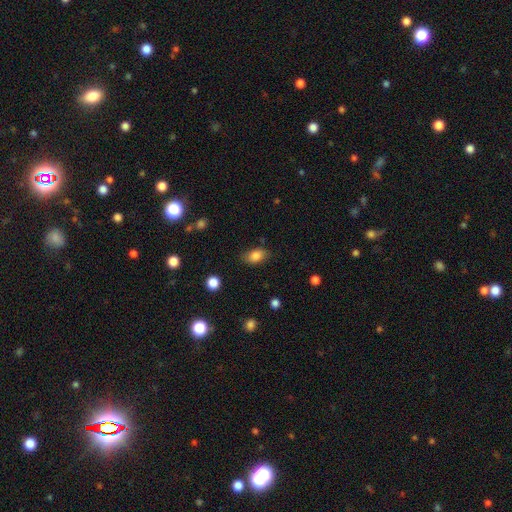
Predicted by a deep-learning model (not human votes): Smooth or featured: smooth — 84% (star or artifact — 9%)
How rounded: in between — 84% (round — 14%)
Merging: none — 79% (minor disturbance — 16%)